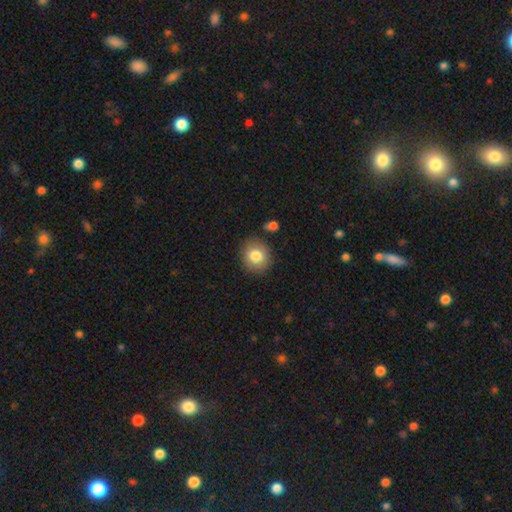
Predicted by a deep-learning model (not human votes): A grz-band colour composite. It shows a smooth galaxy with no disk features (81%) that is round (81%). Merging: none (84%).